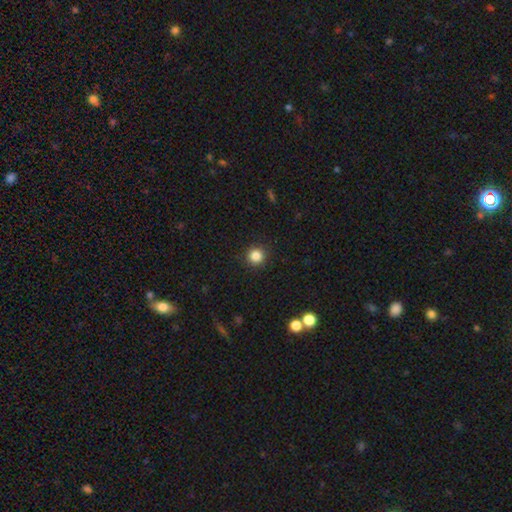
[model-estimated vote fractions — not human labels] smooth_or_featured: smooth (p=0.84) [alt: star or artifact p=0.12]
how_rounded: round (p=0.95) [alt: in between p=0.04]
merging: none (p=0.92) [alt: minor disturbance p=0.05]